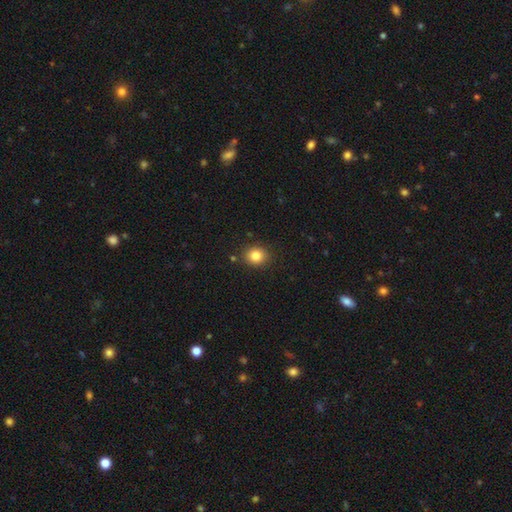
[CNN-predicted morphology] A smooth galaxy with no disk features (84%) that is round (75%). Merging: none (87%).